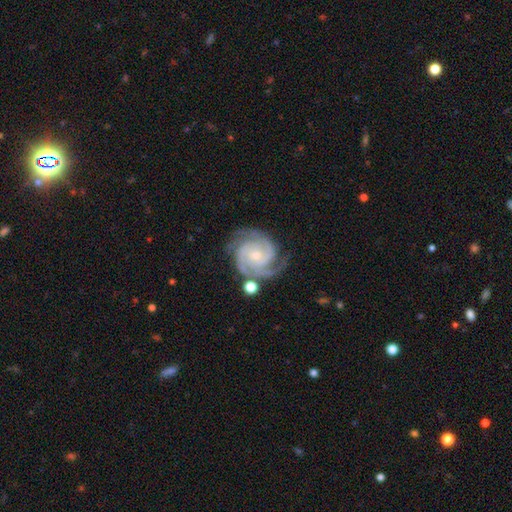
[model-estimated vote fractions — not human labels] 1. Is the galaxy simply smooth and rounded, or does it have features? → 92% featured or disk, 5% star or artifact, 3% smooth.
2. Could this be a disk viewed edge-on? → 98% no, 2% yes.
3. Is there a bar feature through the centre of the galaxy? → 70% no, 23% weak, 8% strong.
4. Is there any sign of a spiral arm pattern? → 99% yes, 1% no.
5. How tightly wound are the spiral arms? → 68% tight, 29% medium, 3% loose.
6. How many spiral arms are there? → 46% 3, 30% 2, 11% 4, 6% can't tell, 4% more than 4, 4% 1.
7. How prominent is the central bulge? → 71% small, 25% moderate, 2% none, 1% large, 1% dominant.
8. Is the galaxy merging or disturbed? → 75% none, 15% minor disturbance, 5% major disturbance, 5% merger.